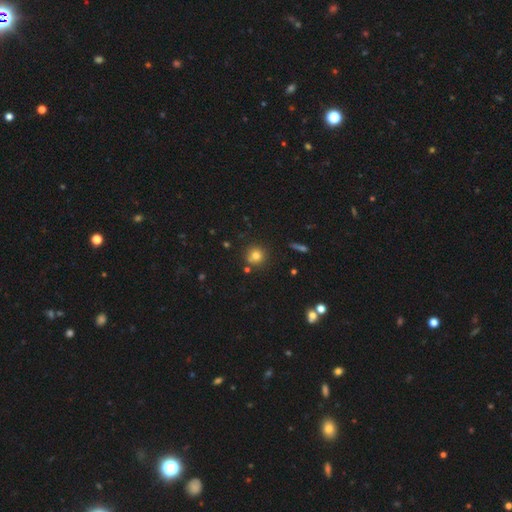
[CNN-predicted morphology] smooth_or_featured: smooth (p=0.77) [alt: star or artifact p=0.14]
how_rounded: round (p=0.92) [alt: in between p=0.07]
merging: none (p=0.77) [alt: merger p=0.10]